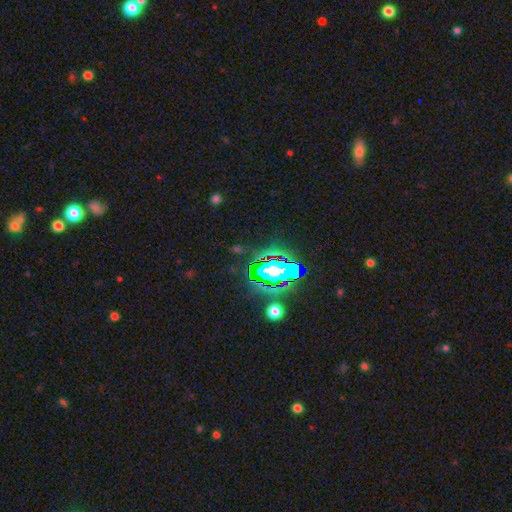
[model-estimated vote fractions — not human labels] Smooth or featured: star or artifact — 79% (smooth — 12%)